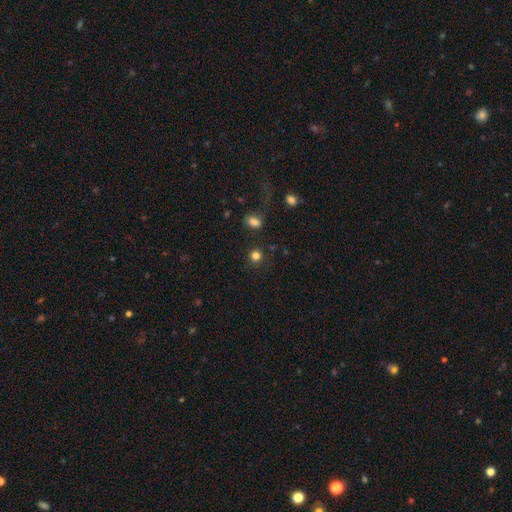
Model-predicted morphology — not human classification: A smooth galaxy with no disk features (81%) that is round (89%). Merging: none (85%).